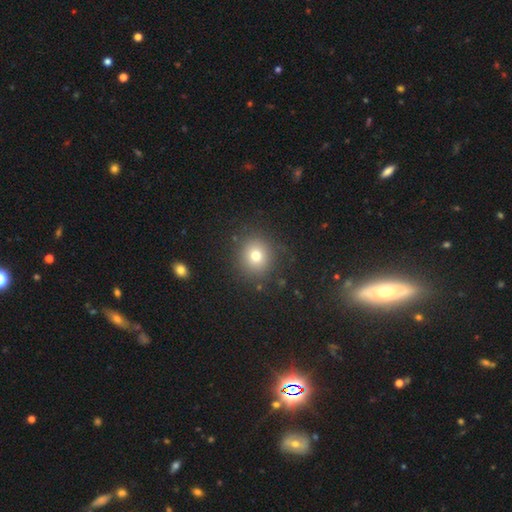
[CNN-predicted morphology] type=smooth (74%); roundness=round (89%); merging=none (86%).